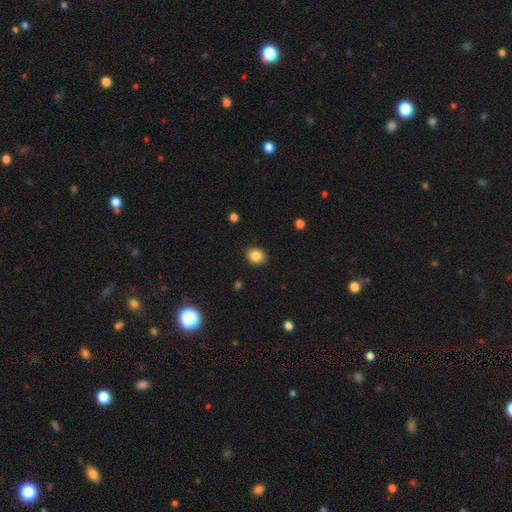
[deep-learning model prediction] smooth-or-featured: smooth: 86% | star or artifact: 9% | featured or disk: 5%
  how-rounded: round: 50% | in between: 49% | cigar-shaped: 1%
  merging: none: 89% | minor disturbance: 8% | major disturbance: 2% | merger: 1%